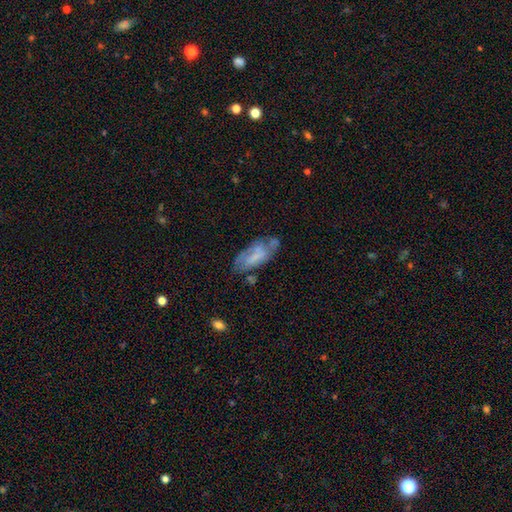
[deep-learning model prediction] Smooth or featured?
  - smooth: 52% *
  - featured or disk: 40%
  - star or artifact: 8%
How rounded?
  - in between: 82% *
  - cigar-shaped: 16%
  - round: 2%
Merging?
  - none: 47% *
  - minor disturbance: 29%
  - major disturbance: 15%
  - merger: 9%